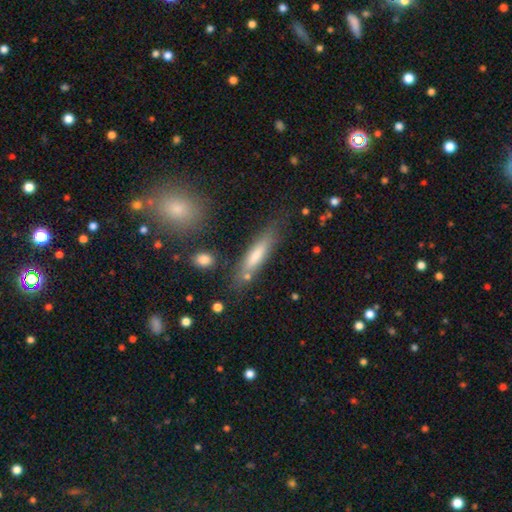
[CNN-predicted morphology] A smooth galaxy with no disk features (69%) that is cigar-shaped (80%).

Vote fractions:
- Smooth or featured? smooth: 69% / featured or disk: 23% / star or artifact: 7%
- How rounded? cigar-shaped: 80% / in between: 18% / round: 2%
- Merging? none: 74% / minor disturbance: 15% / merger: 6% / major disturbance: 5%